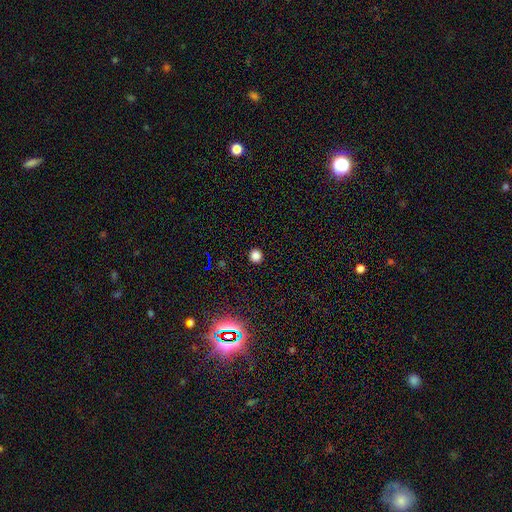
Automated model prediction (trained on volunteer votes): Smooth or featured: smooth — 82% (star or artifact — 15%)
How rounded: round — 93% (in between — 6%)
Merging: none — 93% (minor disturbance — 5%)